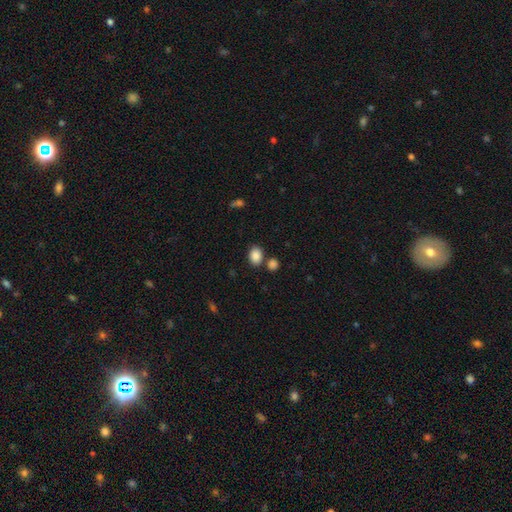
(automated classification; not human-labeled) Overall: smooth (87%). How rounded: in between (69%; round 30%). Merging: none (71%).